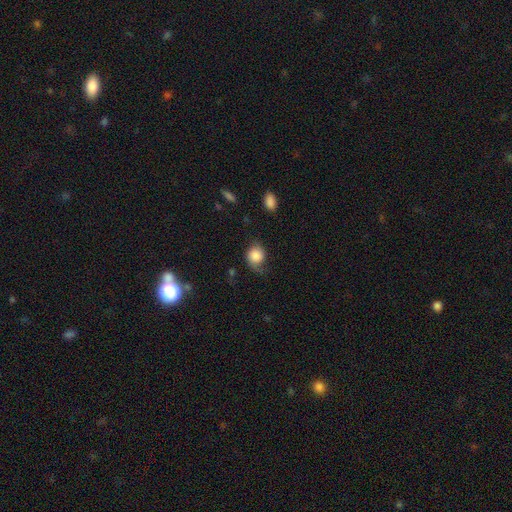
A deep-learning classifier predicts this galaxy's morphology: The model was most divided on "merging": none: 52%, minor disturbance: 30%, major disturbance: 16%, merger: 2%. More confident: smooth or featured — smooth (75%); how rounded — round (71%).